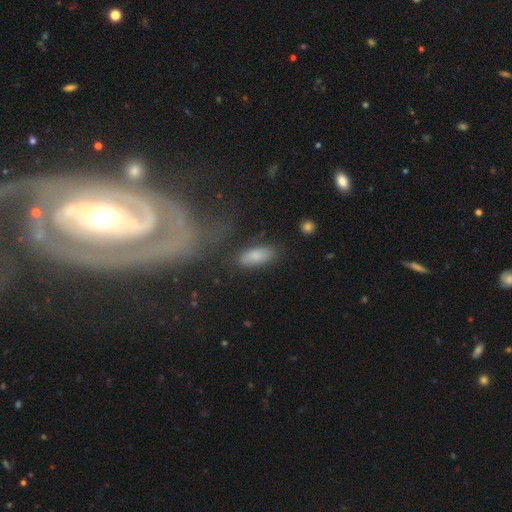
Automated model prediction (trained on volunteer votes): Smooth or featured?
  - smooth: 84% *
  - featured or disk: 9%
  - star or artifact: 7%
How rounded?
  - in between: 79% *
  - cigar-shaped: 19%
  - round: 3%
Merging?
  - none: 79% *
  - minor disturbance: 14%
  - major disturbance: 4%
  - merger: 3%